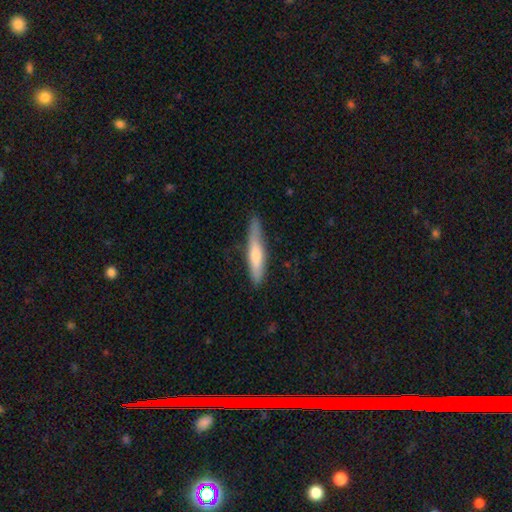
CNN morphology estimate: The model was most divided on "smooth or featured": smooth: 51%, featured or disk: 43%, star or artifact: 6%. More confident: how rounded — cigar-shaped (91%); merging — none (79%).